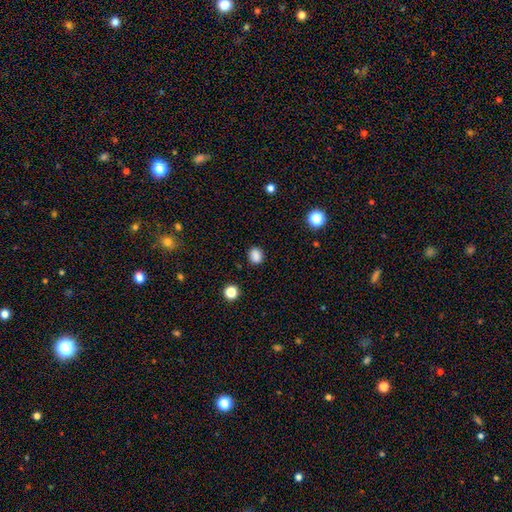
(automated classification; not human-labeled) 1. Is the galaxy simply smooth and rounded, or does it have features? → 85% smooth, 12% star or artifact, 4% featured or disk.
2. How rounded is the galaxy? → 58% round, 40% in between, 1% cigar-shaped.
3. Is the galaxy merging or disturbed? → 86% none, 10% minor disturbance, 3% major disturbance, 2% merger.